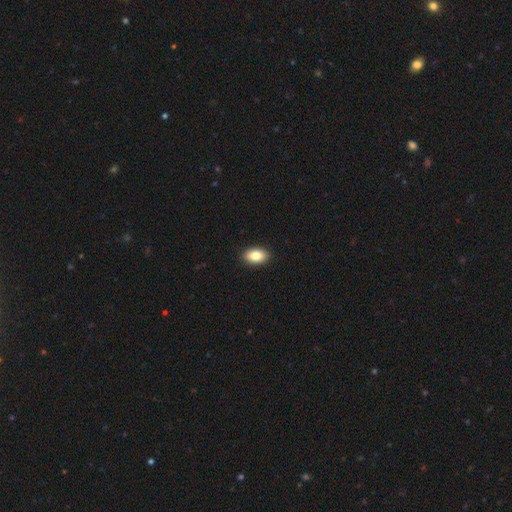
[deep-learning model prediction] The model was most divided on "smooth or featured": smooth: 85%, featured or disk: 8%, star or artifact: 7%. More confident: how rounded — in between (91%); merging — none (91%).